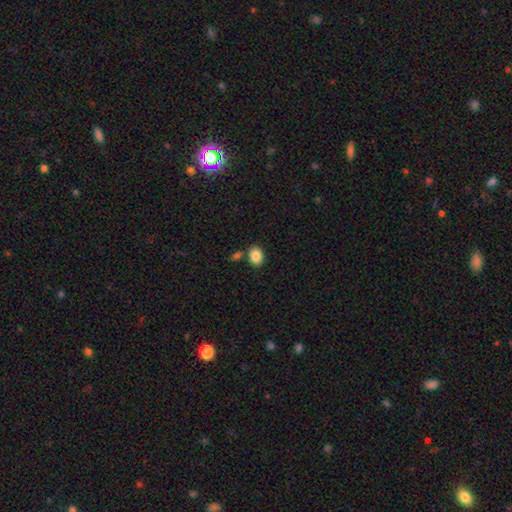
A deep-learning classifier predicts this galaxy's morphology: Smooth or featured? smooth (87%)
How rounded? in between (67%)
Merging? none (76%)